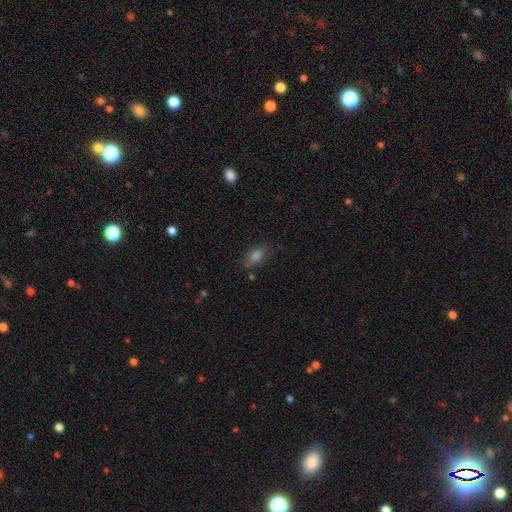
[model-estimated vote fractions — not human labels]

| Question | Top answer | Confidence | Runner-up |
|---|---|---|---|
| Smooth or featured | smooth | 77% | star or artifact (14%) |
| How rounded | in between | 82% | round (13%) |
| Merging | none | 77% | minor disturbance (15%) |